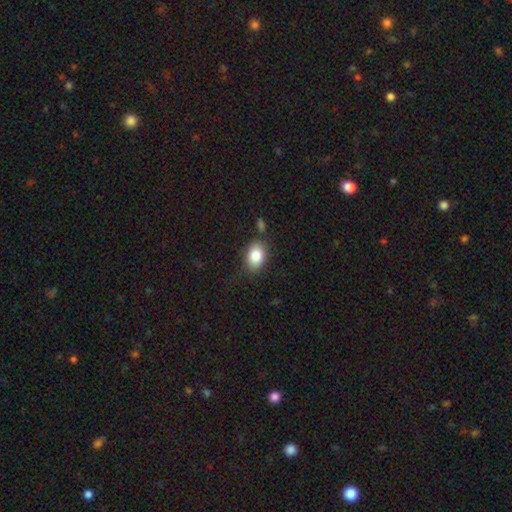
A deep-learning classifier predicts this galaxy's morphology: The model was most divided on "how rounded": in between: 79%, round: 20%, cigar-shaped: 1%. More confident: smooth or featured — smooth (84%); merging — none (77%).